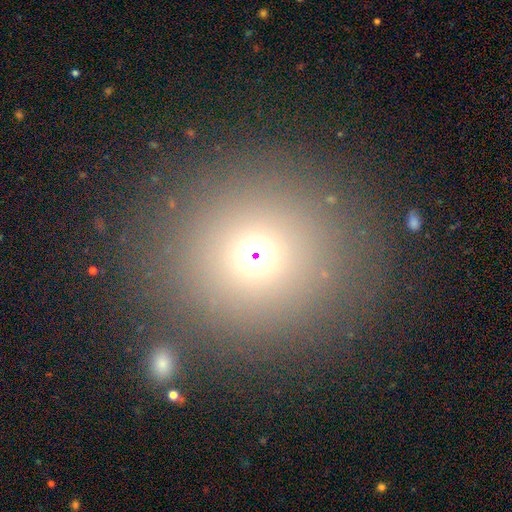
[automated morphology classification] Smooth or featured?
  - smooth: 60% *
  - star or artifact: 30%
  - featured or disk: 10%
How rounded?
  - round: 85% *
  - in between: 14%
  - cigar-shaped: 2%
Merging?
  - none: 83% *
  - minor disturbance: 8%
  - major disturbance: 5%
  - merger: 4%